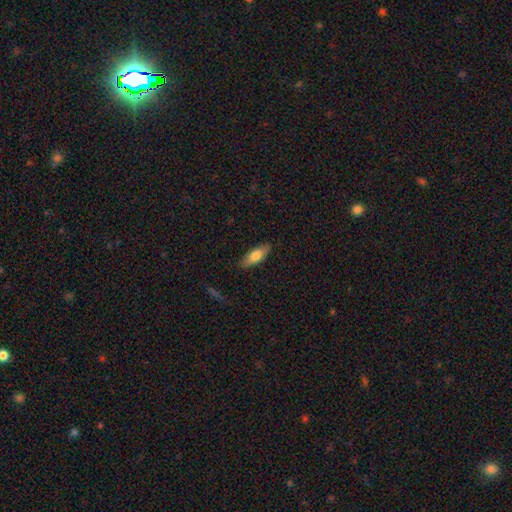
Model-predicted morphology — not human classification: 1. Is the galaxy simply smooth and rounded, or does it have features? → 73% smooth, 21% featured or disk, 6% star or artifact.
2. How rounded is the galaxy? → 68% in between, 30% cigar-shaped, 2% round.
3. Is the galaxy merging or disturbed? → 86% none, 11% minor disturbance, 2% major disturbance, 1% merger.